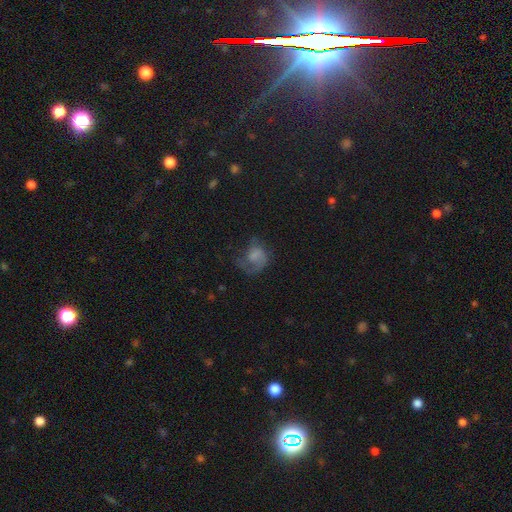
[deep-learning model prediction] Smooth or featured: featured or disk — 47% (smooth — 41%)
Merging: major disturbance — 40% (none — 36%)